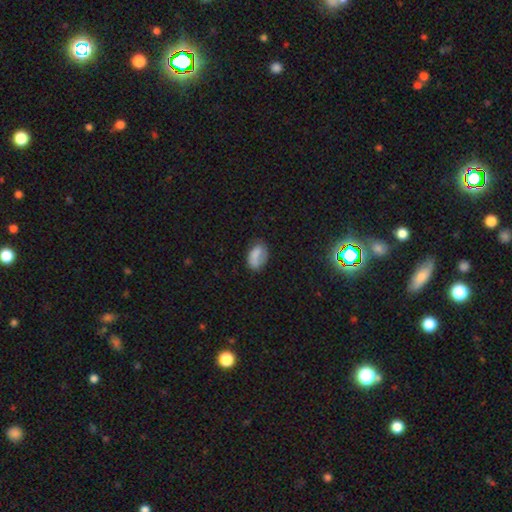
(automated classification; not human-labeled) smooth 77%, featured or disk 14%, star or artifact 9%. Down the decision tree: how rounded — in between (89%); merging — none (58%).